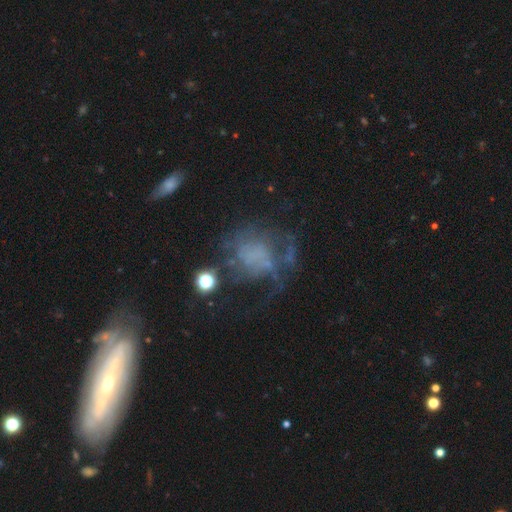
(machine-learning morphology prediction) A featured or disk galaxy (53%) with no bar (83%), no spiral arms (57%) and no central bulge (72%). Merging: none (38%).